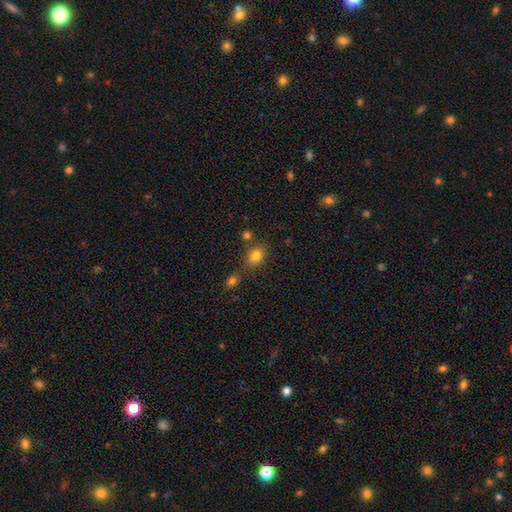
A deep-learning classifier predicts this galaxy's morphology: smooth-or-featured: smooth: 80% | star or artifact: 13% | featured or disk: 7%
  how-rounded: round: 52% | in between: 47% | cigar-shaped: 1%
  merging: none: 66% | merger: 15% | minor disturbance: 14% | major disturbance: 5%